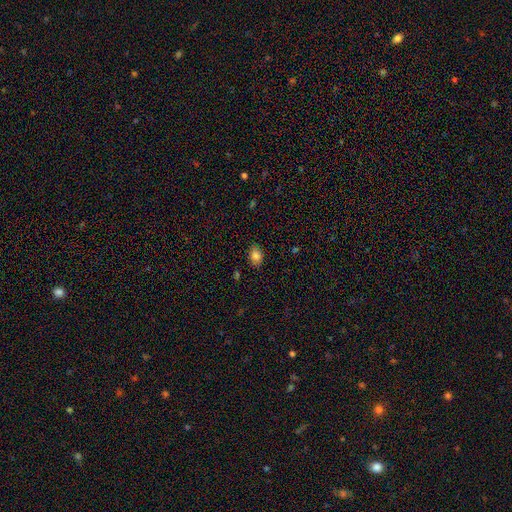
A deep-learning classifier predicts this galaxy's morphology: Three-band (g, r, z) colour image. It shows a smooth galaxy with no disk features (84%) that is in between round and cigar-shaped (75%). Merging: none (86%).